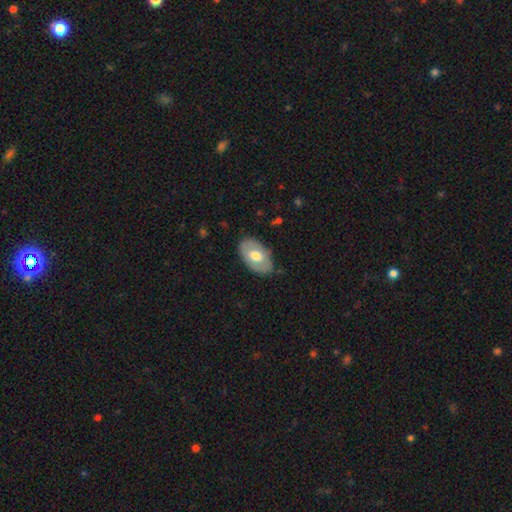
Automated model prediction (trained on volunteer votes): Smooth or featured: smooth — 55% (featured or disk — 40%)
How rounded: in between — 91% (round — 7%)
Merging: none — 78% (minor disturbance — 17%)